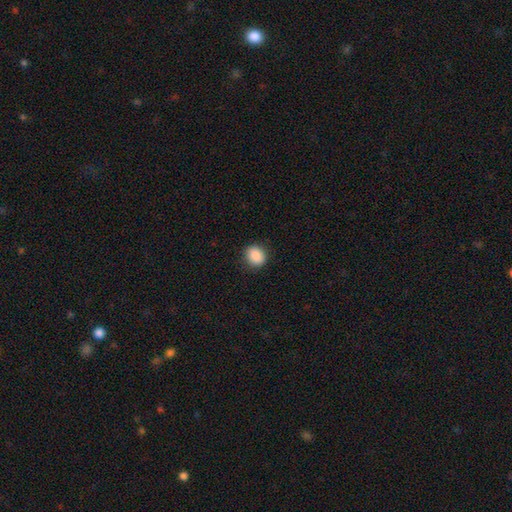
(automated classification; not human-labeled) Morphology: type=smooth (89%); roundness=round (69%); merging=none (88%).